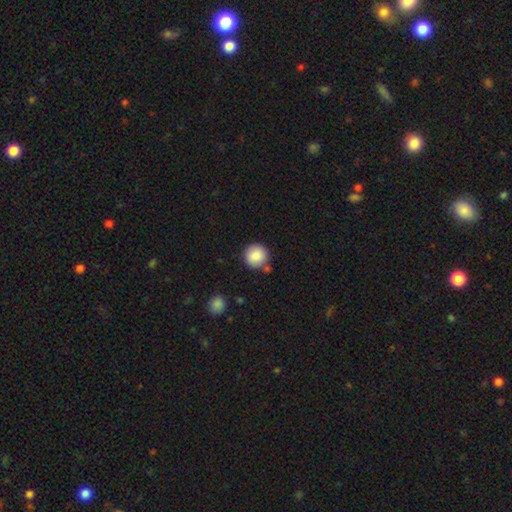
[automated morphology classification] Smooth or featured: smooth — 88% (star or artifact — 8%)
How rounded: round — 94% (in between — 5%)
Merging: none — 80% (minor disturbance — 10%)